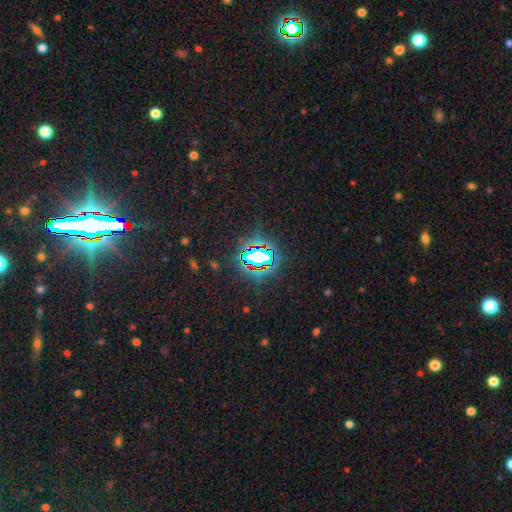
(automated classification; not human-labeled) Morphology: type=star or artifact (75%).